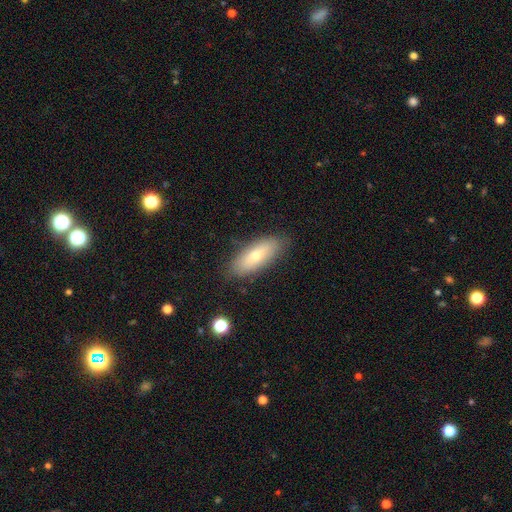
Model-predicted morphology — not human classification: This appears to be a smooth galaxy with no disk features (66%) that is in between round and cigar-shaped (71%). Merging: none (84%).